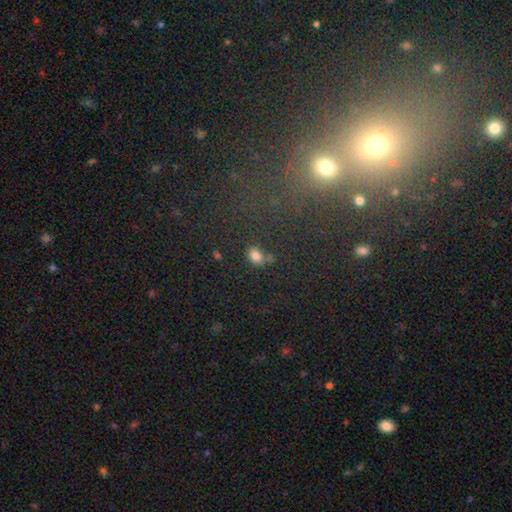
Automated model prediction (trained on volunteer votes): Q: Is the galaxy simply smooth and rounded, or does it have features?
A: smooth — 79%.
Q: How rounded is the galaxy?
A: in between — 68%.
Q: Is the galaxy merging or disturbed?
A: none — 67%.